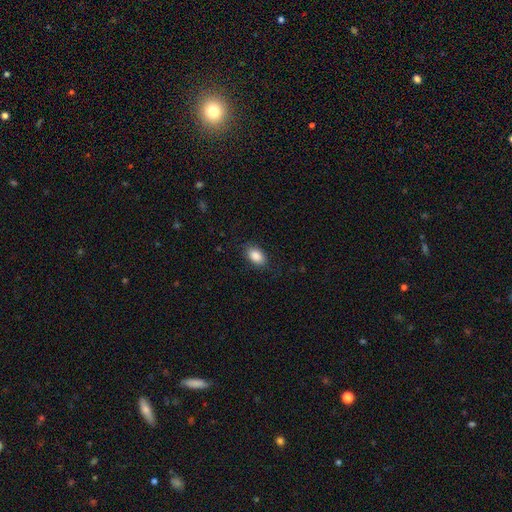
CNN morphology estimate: Q: Smooth or featured?
A: smooth (87%); runner-up: star or artifact (7%)
Q: How rounded?
A: in between (90%); runner-up: round (8%)
Q: Merging?
A: none (83%); runner-up: minor disturbance (12%)